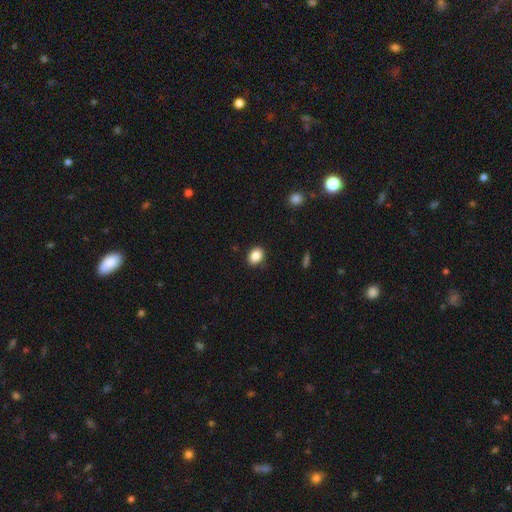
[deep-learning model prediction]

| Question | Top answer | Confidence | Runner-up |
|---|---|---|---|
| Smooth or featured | smooth | 87% | star or artifact (9%) |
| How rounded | in between | 58% | round (41%) |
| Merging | none | 88% | minor disturbance (9%) |